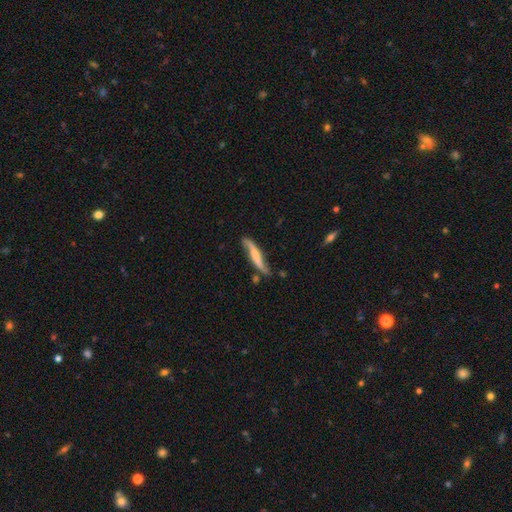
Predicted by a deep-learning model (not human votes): This is likely a featured or disk galaxy (61%). It is possibly not viewed edge-on (51%). Merging: likely none (61%).